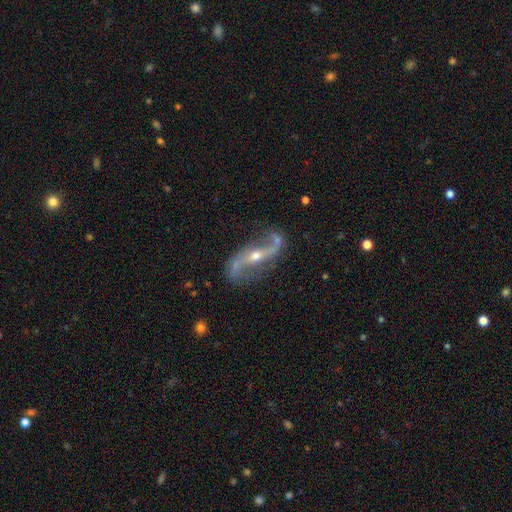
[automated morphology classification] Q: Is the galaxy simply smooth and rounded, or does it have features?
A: featured or disk — 89%.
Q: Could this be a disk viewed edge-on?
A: no — 93%.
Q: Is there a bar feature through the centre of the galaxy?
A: no — 40%.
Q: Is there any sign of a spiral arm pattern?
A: yes — 96%.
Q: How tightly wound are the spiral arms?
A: loose — 74%.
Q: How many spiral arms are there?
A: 2 — 93%.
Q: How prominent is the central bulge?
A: small — 49%.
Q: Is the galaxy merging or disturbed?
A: none — 78%.